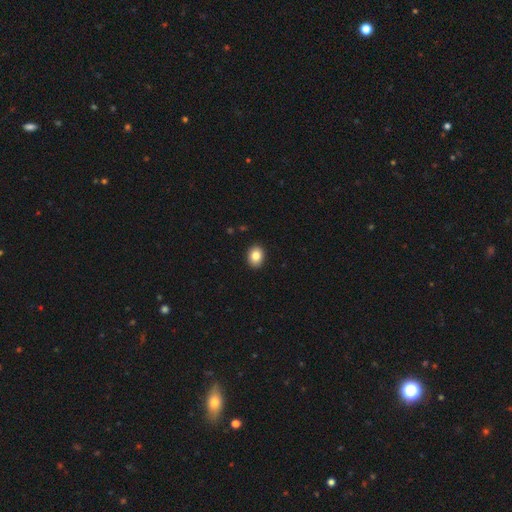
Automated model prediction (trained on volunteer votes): Morphology: type=smooth (86%); roundness=in between (61%); merging=none (91%).